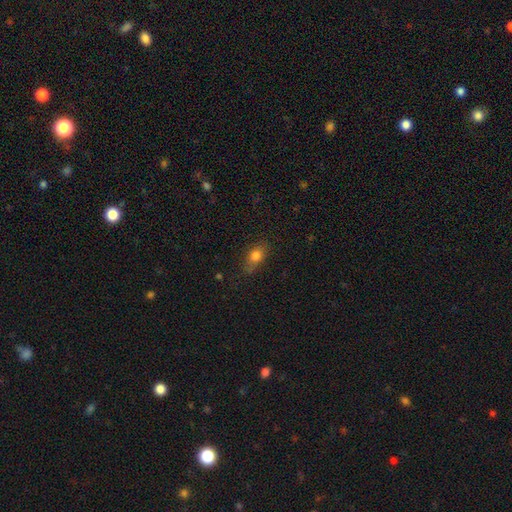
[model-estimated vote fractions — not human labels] Q: Smooth or featured?
A: smooth (79%); runner-up: featured or disk (11%)
Q: How rounded?
A: in between (75%); runner-up: round (19%)
Q: Merging?
A: none (72%); runner-up: minor disturbance (21%)